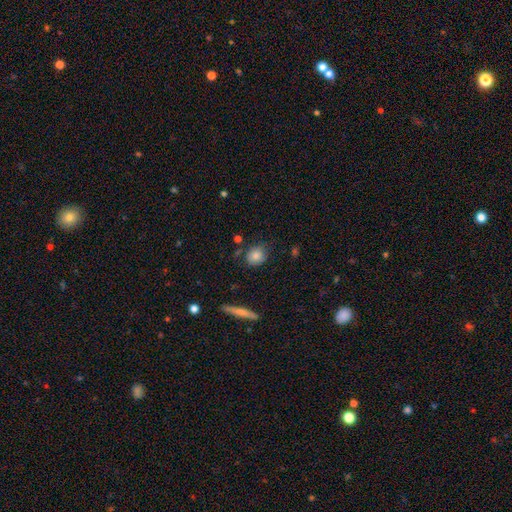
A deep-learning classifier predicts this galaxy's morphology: A smooth galaxy with no disk features (83%) that is round (64%). Merging: none (73%).